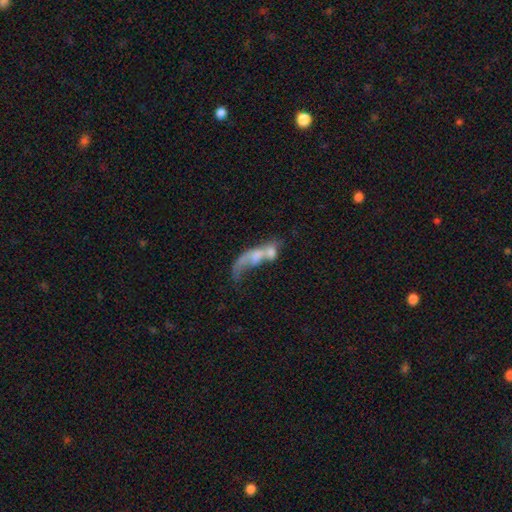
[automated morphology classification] Smooth or featured: featured or disk — 52% (smooth — 37%)
Edge-on disk: no — 87% (yes — 13%)
Merging: merger — 53% (major disturbance — 25%)